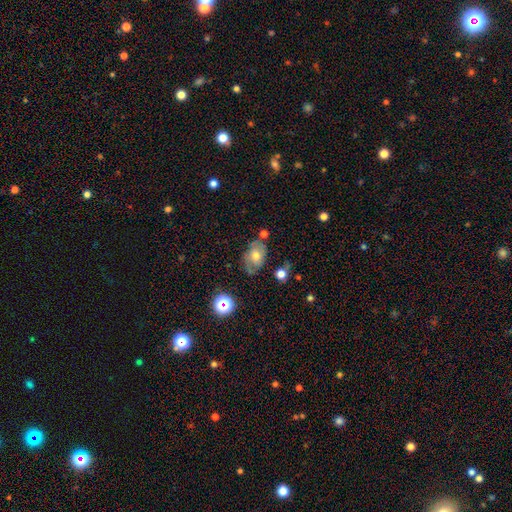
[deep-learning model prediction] A smooth galaxy with no disk features (46%). Merging: none (57%).